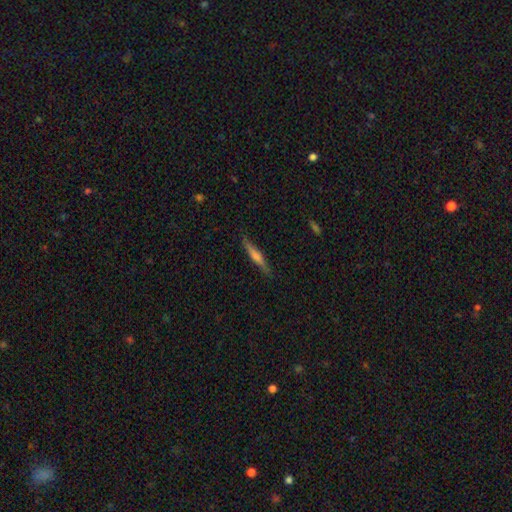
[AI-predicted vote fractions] Smooth or featured? featured or disk (53%)
Edge-on disk? yes (96%)
Edge-on bulge? rounded (54%)
Merging? none (87%)